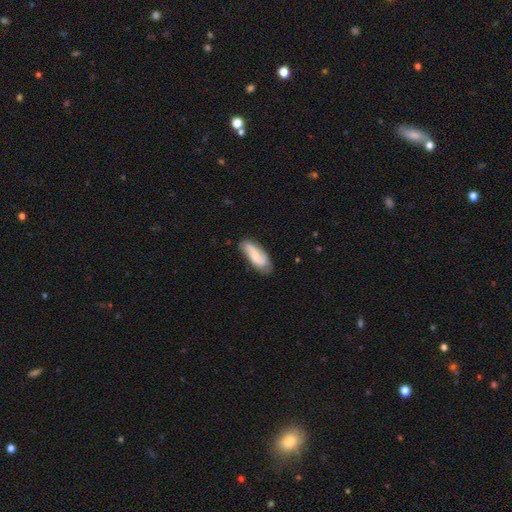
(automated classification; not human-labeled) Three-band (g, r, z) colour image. It shows a smooth galaxy with no disk features (48%). Merging: none (68%).